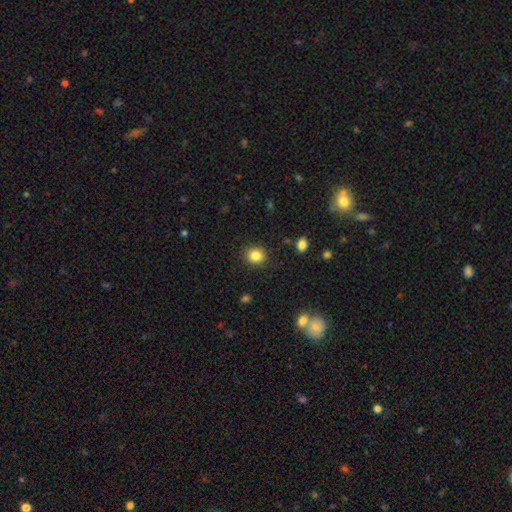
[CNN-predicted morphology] The model was most divided on "how rounded": round: 82%, in between: 17%, cigar-shaped: 1%. More confident: merging — none (89%); smooth or featured — smooth (84%).